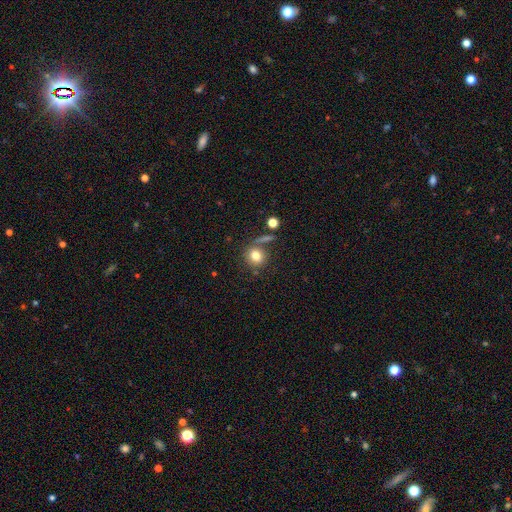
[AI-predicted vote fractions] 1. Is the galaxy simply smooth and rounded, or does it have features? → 78% smooth, 11% star or artifact, 10% featured or disk.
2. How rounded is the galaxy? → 79% round, 20% in between, 1% cigar-shaped.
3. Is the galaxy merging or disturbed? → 68% none, 13% minor disturbance, 12% merger, 6% major disturbance.